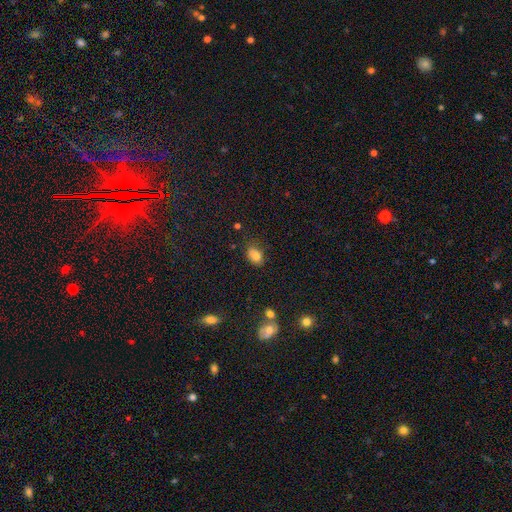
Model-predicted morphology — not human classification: smooth_or_featured: smooth (p=0.79) [alt: star or artifact p=0.12]
how_rounded: in between (p=0.79) [alt: round p=0.19]
merging: none (p=0.69) [alt: minor disturbance p=0.22]